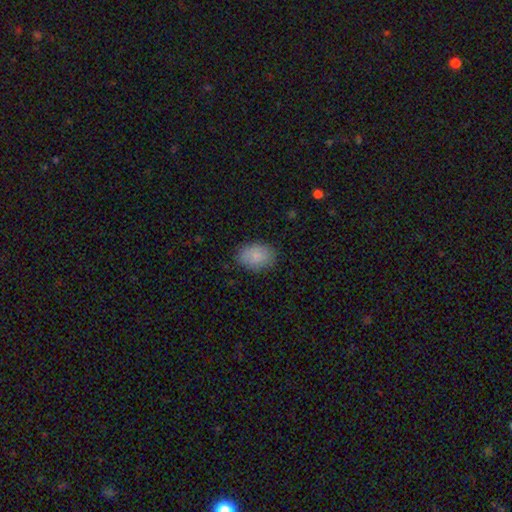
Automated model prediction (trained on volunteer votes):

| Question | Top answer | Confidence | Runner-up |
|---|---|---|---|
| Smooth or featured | smooth | 86% | featured or disk (7%) |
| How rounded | in between | 81% | round (17%) |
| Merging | none | 83% | minor disturbance (13%) |